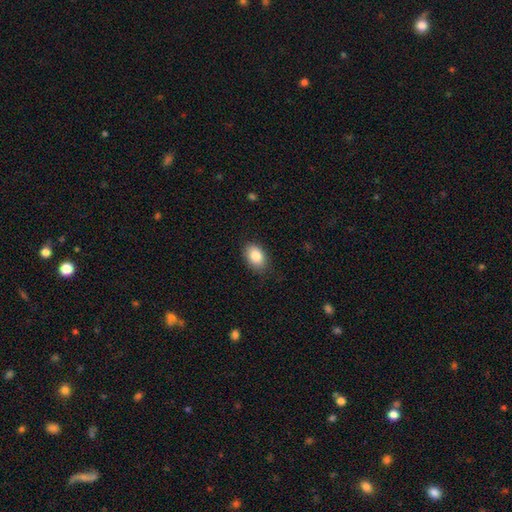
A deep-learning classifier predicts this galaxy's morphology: Smooth or featured? Predicted: smooth (p=0.84). How rounded? Predicted: in between (p=0.84). Merging? Predicted: none (p=0.84).